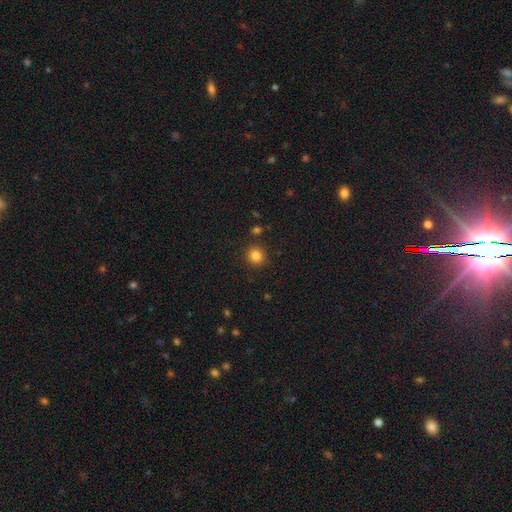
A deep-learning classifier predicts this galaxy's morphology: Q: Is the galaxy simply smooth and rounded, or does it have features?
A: smooth — 83%.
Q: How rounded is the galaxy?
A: round — 91%.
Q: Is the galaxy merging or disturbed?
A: none — 89%.